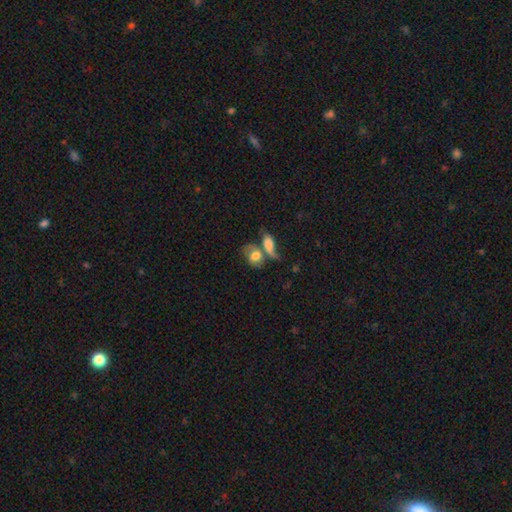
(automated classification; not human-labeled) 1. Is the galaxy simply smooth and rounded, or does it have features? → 62% smooth, 28% featured or disk, 9% star or artifact.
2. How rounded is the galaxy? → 70% in between, 27% round, 3% cigar-shaped.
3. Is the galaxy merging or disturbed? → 56% merger, 21% none, 12% major disturbance, 11% minor disturbance.